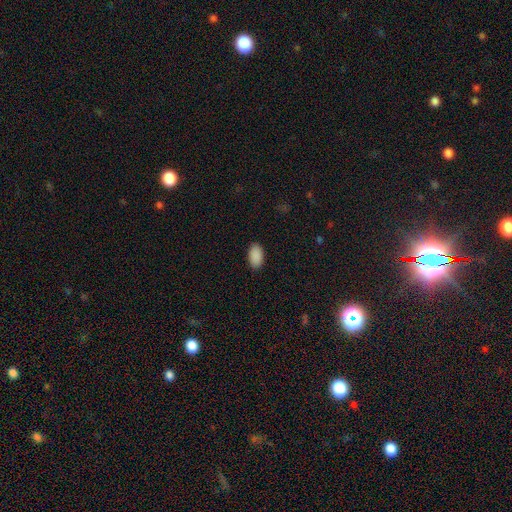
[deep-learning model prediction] smooth-or-featured: smooth: 91% | star or artifact: 7% | featured or disk: 2%
  how-rounded: in between: 95% | round: 4% | cigar-shaped: 1%
  merging: none: 90% | minor disturbance: 7% | major disturbance: 2% | merger: 1%